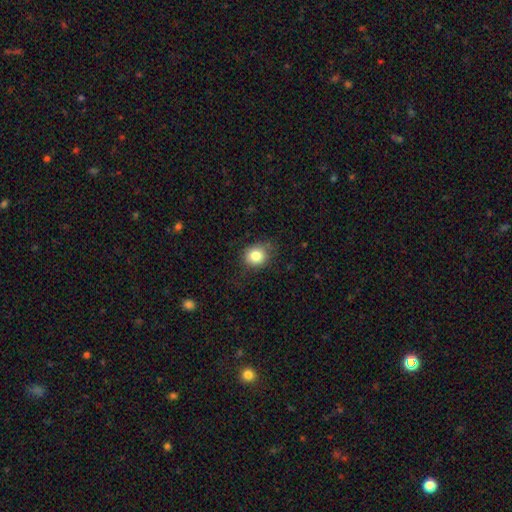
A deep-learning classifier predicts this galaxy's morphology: Q: Smooth or featured?
A: smooth (82%); runner-up: star or artifact (10%)
Q: How rounded?
A: round (70%); runner-up: in between (29%)
Q: Merging?
A: none (74%); runner-up: minor disturbance (19%)